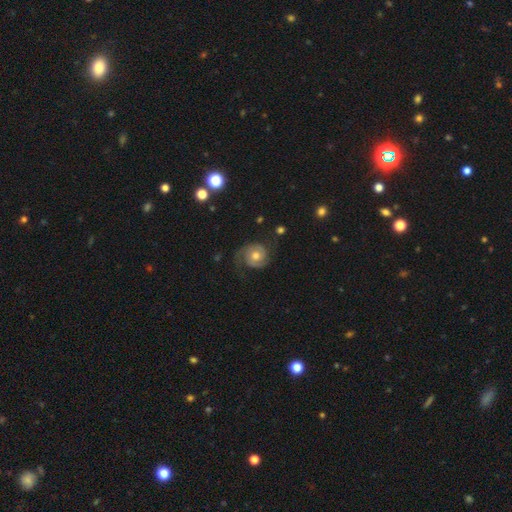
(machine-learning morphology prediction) Smooth or featured? featured or disk (76%)
Edge-on disk? no (98%)
Bar? no (75%)
Spiral arms? yes (94%)
Spiral winding? tight (43%)
Spiral arm count? 2 (82%)
Bulge size? moderate (74%)
Merging? none (67%)